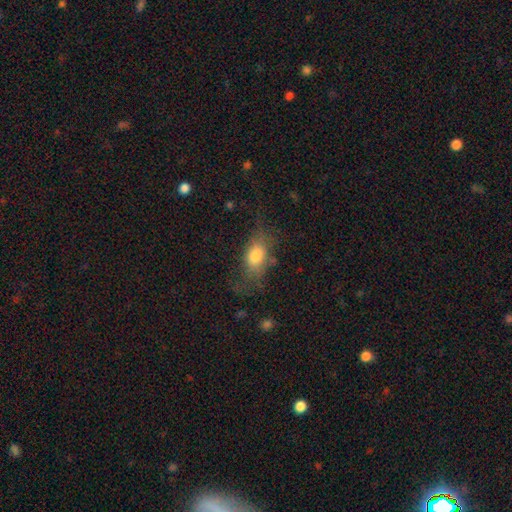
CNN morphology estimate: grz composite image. It shows a smooth galaxy with no disk features (73%) that is in between round and cigar-shaped (83%). Merging: none (49%).